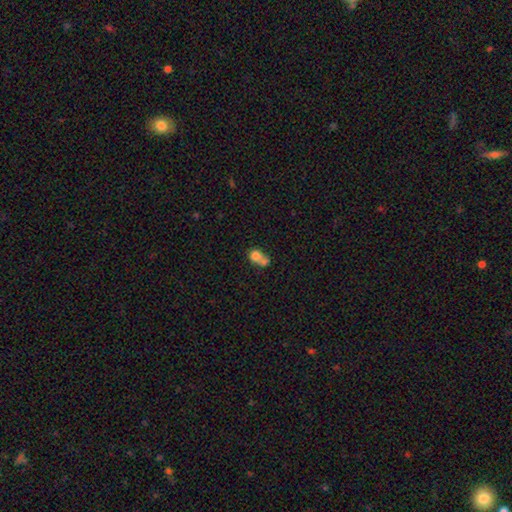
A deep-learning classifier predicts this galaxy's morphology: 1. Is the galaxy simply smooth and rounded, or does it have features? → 74% smooth, 16% featured or disk, 11% star or artifact.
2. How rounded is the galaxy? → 56% round, 42% in between, 2% cigar-shaped.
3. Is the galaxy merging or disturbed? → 62% merger, 20% none, 10% minor disturbance, 8% major disturbance.